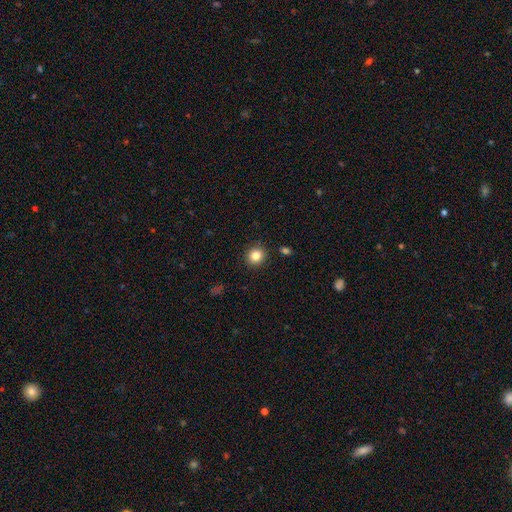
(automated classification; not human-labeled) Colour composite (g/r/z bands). It shows a smooth galaxy with no disk features (84%) that is round (87%). Merging: none (90%).